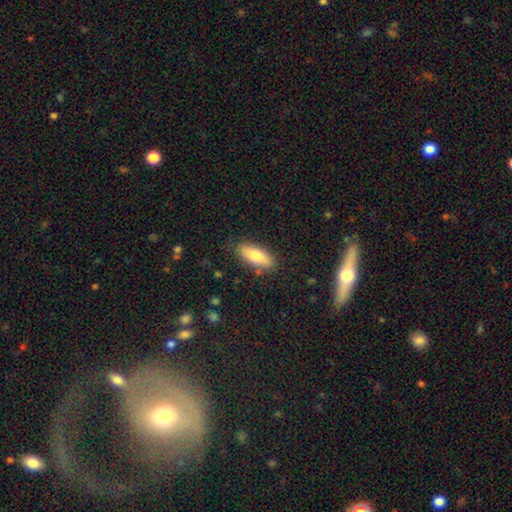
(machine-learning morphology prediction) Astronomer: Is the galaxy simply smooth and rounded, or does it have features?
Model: smooth — 74%.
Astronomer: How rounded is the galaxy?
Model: in between — 72%.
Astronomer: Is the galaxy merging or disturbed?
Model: none — 84%.